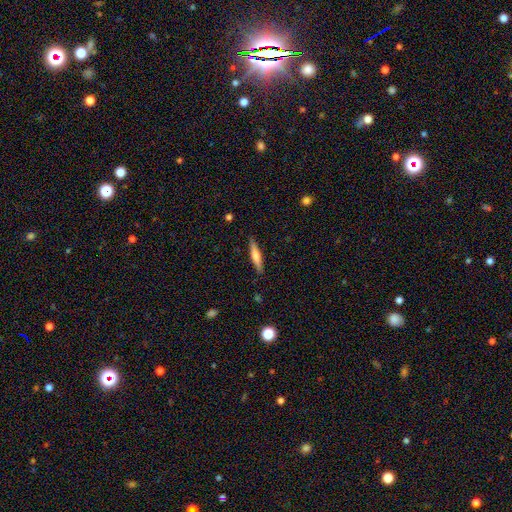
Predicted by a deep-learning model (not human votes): Smooth or featured?
  - smooth: 53% *
  - featured or disk: 41%
  - star or artifact: 6%
How rounded?
  - cigar-shaped: 87% *
  - in between: 11%
  - round: 2%
Merging?
  - none: 88% *
  - minor disturbance: 9%
  - major disturbance: 2%
  - merger: 1%